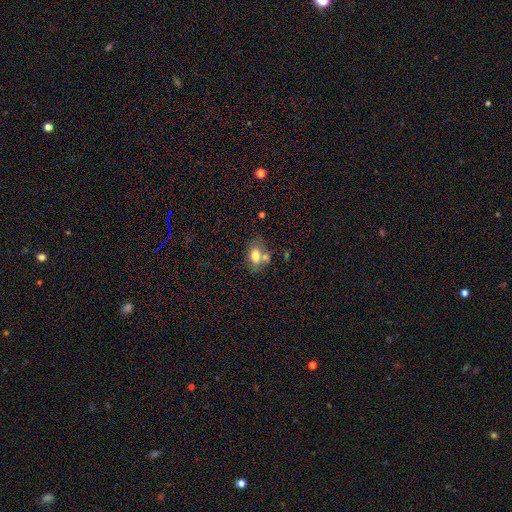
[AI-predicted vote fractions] Q: Smooth or featured?
A: smooth (73%); runner-up: featured or disk (17%)
Q: How rounded?
A: in between (75%); runner-up: round (24%)
Q: Merging?
A: none (43%); runner-up: merger (33%)